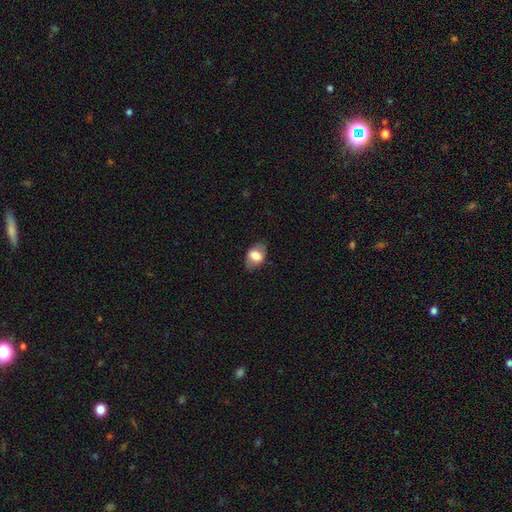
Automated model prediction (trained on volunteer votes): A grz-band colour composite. It shows a smooth galaxy with no disk features (70%) that is in between round and cigar-shaped (79%). Merging: none (77%).